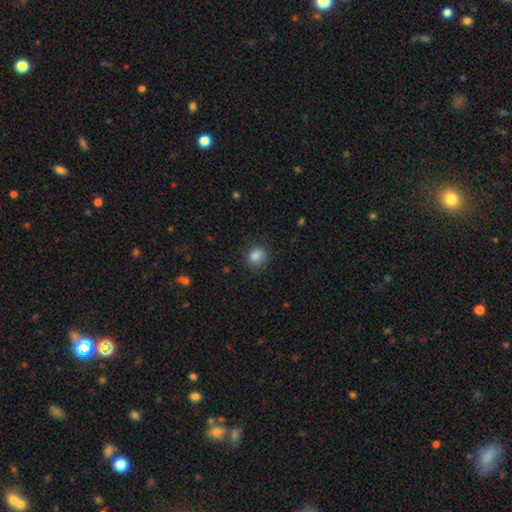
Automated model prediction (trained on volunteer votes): smooth-or-featured: smooth: 86% | star or artifact: 10% | featured or disk: 5%
  how-rounded: round: 76% | in between: 23% | cigar-shaped: 1%
  merging: none: 80% | minor disturbance: 14% | major disturbance: 4% | merger: 1%